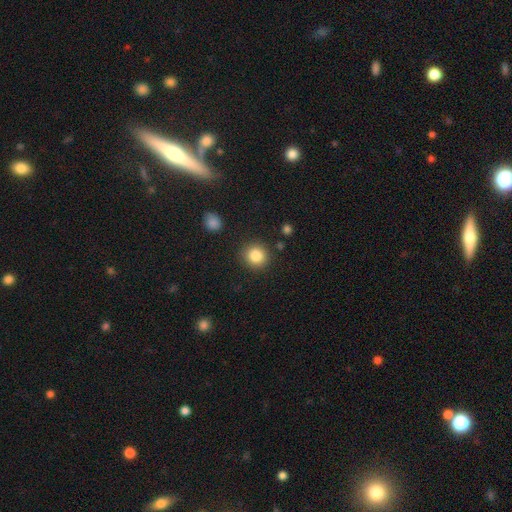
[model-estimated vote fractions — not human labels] Morphology: type=smooth (85%); roundness=round (91%); merging=none (88%).